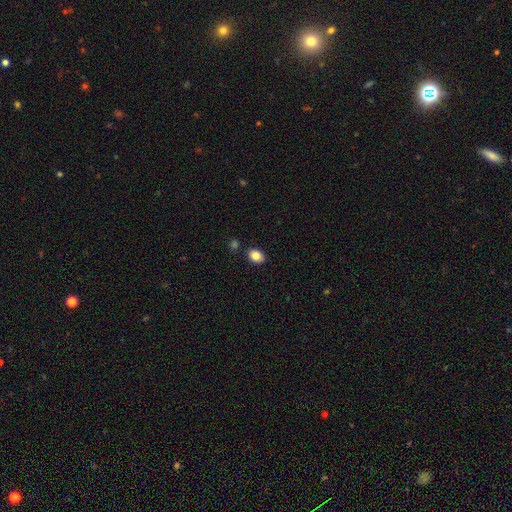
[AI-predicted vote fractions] This appears to be a smooth galaxy with no disk features (84%) that is in between round and cigar-shaped (67%). Merging: none (85%).